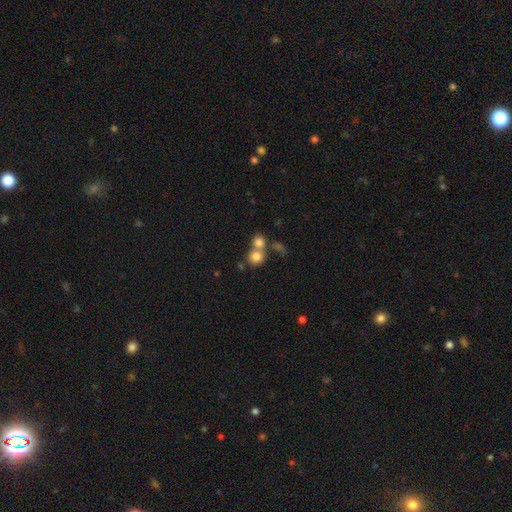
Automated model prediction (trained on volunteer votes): Morphology: type=smooth (79%); roundness=round (81%); merging=merger (50%).